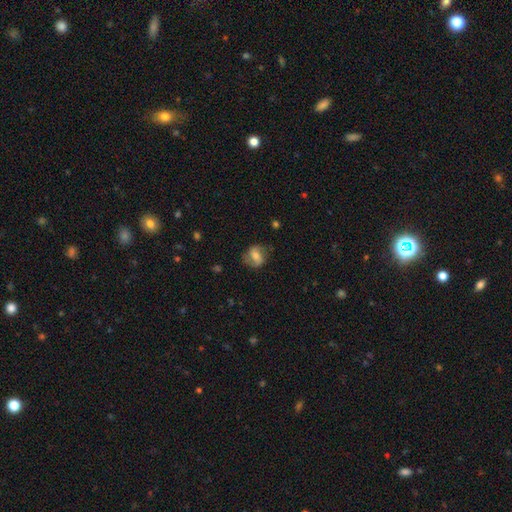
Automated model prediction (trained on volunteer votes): featured or disk 64%, smooth 29%, star or artifact 8%. Down the decision tree: edge-on disk — no (97%); bar — weak (40%); spiral arms — yes (88%); spiral arm count — 2 (88%); spiral winding — medium (45%); bulge size — moderate (58%); merging — none (74%).